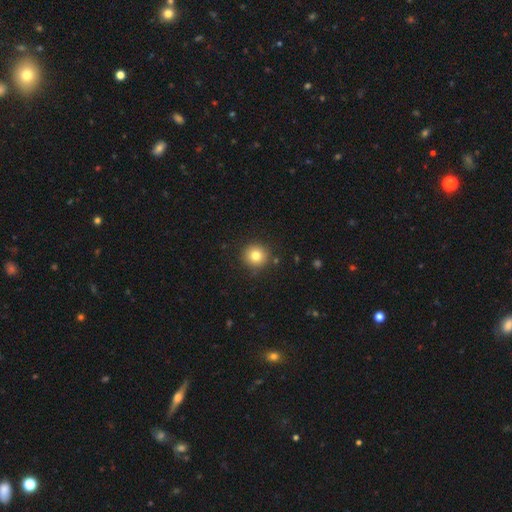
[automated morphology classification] Smooth or featured: smooth — 80% (star or artifact — 11%)
How rounded: round — 94% (in between — 5%)
Merging: none — 90% (minor disturbance — 7%)